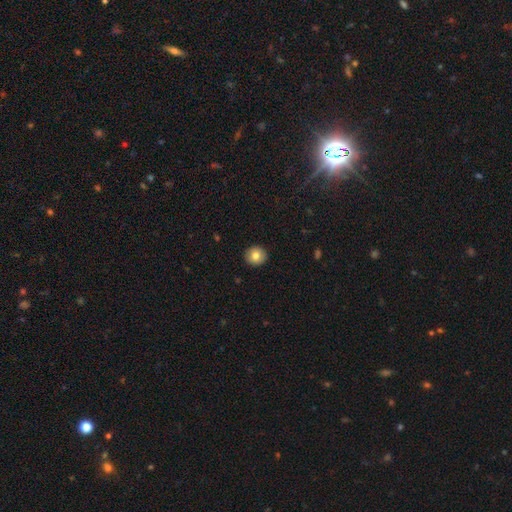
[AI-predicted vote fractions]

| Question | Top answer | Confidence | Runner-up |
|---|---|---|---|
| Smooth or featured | smooth | 80% | featured or disk (11%) |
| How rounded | round | 89% | in between (10%) |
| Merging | none | 92% | minor disturbance (6%) |